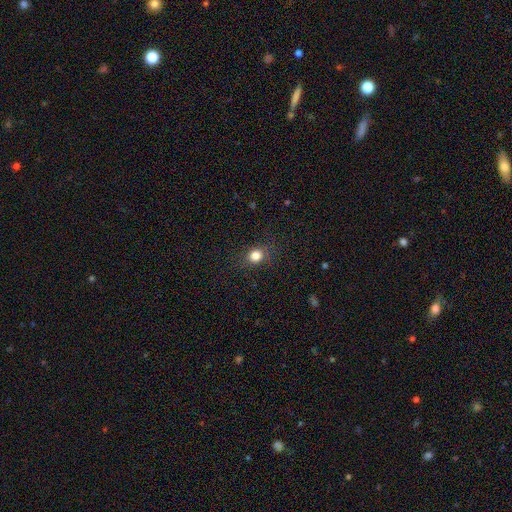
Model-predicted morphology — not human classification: This appears to be a smooth galaxy with no disk features (82%) that is round (72%). Merging: none (84%).